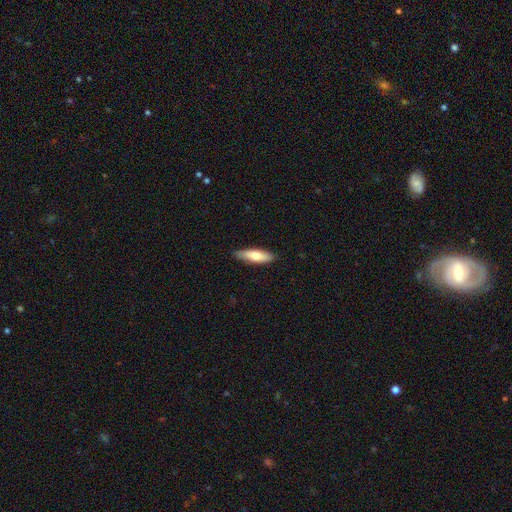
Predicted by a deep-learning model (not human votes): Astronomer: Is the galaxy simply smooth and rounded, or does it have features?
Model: smooth — 71%.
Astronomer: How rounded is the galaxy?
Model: cigar-shaped — 57% (runner-up: in between, 41%).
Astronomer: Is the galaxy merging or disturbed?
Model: none — 85%.